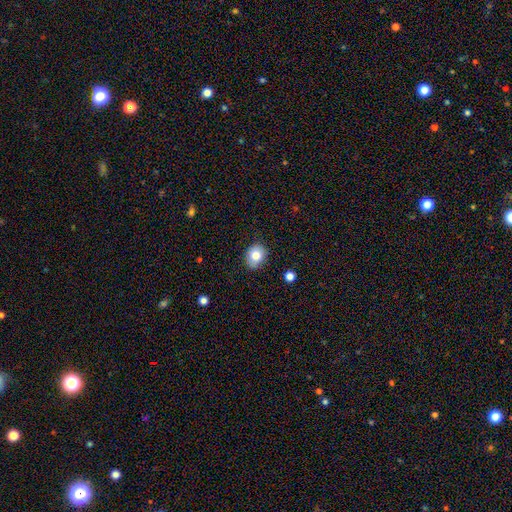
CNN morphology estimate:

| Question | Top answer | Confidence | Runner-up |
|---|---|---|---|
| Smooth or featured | smooth | 81% | featured or disk (9%) |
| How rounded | round | 50% | in between (49%) |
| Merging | none | 83% | minor disturbance (13%) |